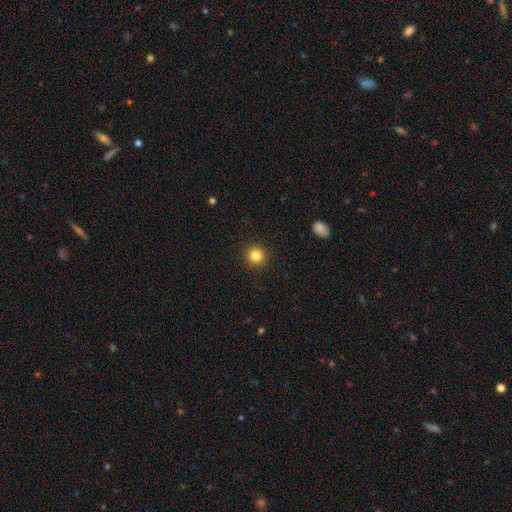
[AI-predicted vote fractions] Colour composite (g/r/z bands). It shows a smooth galaxy with no disk features (84%) that is round (94%). Merging: none (93%).